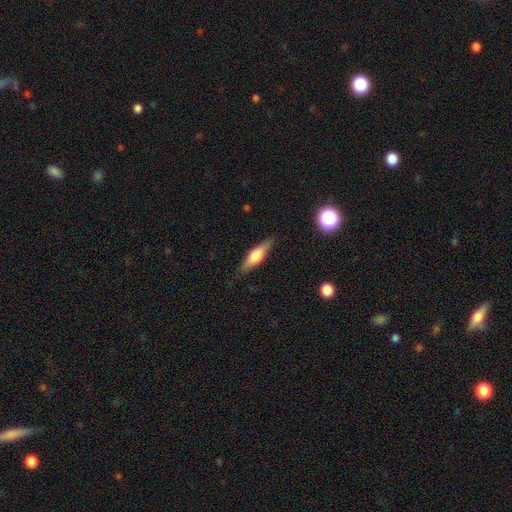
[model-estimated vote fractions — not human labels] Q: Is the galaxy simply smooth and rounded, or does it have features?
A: featured or disk — 48%.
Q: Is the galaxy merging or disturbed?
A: none — 84%.